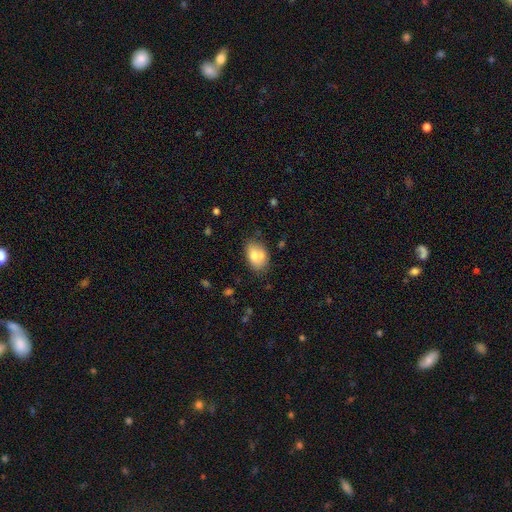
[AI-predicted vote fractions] Q: Smooth or featured?
A: smooth (74%); runner-up: featured or disk (18%)
Q: How rounded?
A: in between (82%); runner-up: round (17%)
Q: Merging?
A: none (55%); runner-up: minor disturbance (23%)